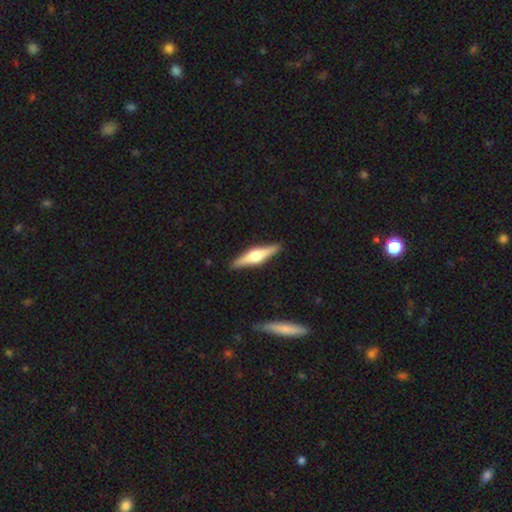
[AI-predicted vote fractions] A featured or disk galaxy (67%) viewed edge-on (97%) with a rounded central bulge (89%). Merging: none (90%).